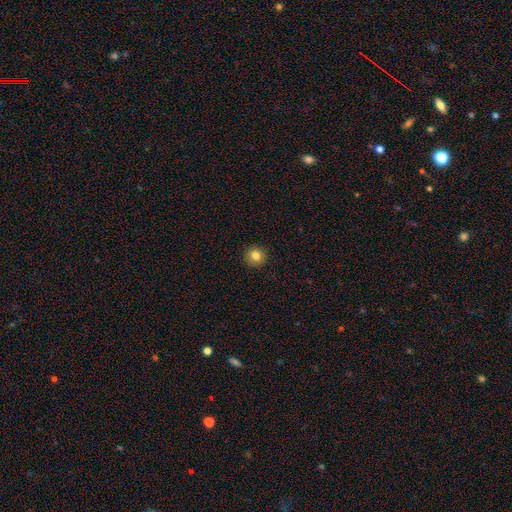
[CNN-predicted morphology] This appears to be a smooth galaxy with no disk features (83%) that is round (92%). Merging: none (92%).